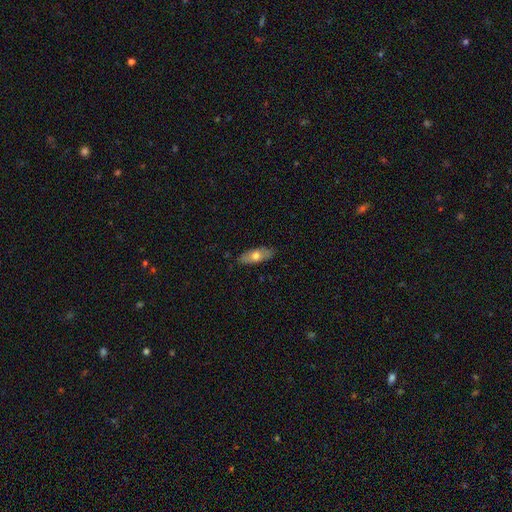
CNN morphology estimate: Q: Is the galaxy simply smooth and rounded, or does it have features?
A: smooth — 63%.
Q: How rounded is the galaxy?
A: in between — 76%.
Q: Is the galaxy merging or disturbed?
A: none — 84%.